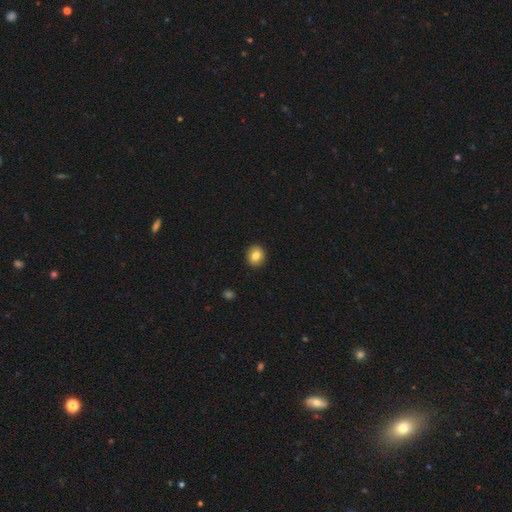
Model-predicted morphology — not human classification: Q: Smooth or featured?
A: smooth (82%); runner-up: featured or disk (10%)
Q: How rounded?
A: round (75%); runner-up: in between (24%)
Q: Merging?
A: none (92%); runner-up: minor disturbance (6%)